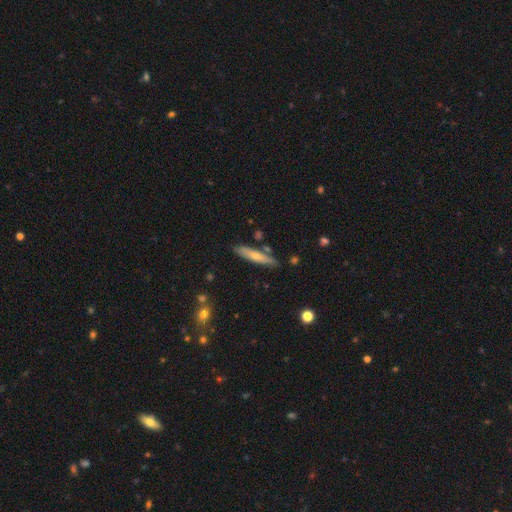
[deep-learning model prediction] Smooth or featured: smooth — 61% (featured or disk — 33%)
How rounded: cigar-shaped — 85% (in between — 14%)
Merging: none — 80% (minor disturbance — 13%)